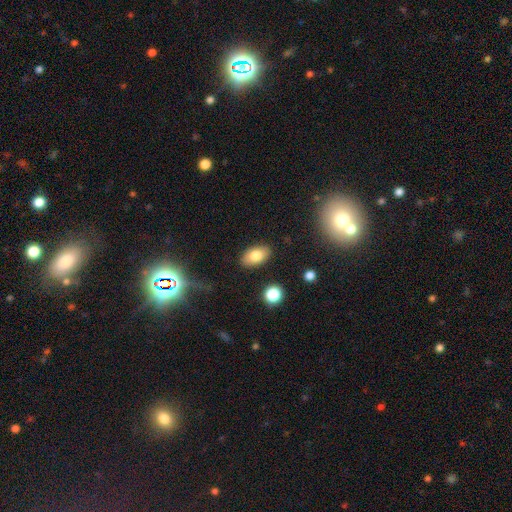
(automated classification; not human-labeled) Smooth or featured? smooth (79%)
How rounded? in between (92%)
Merging? none (86%)